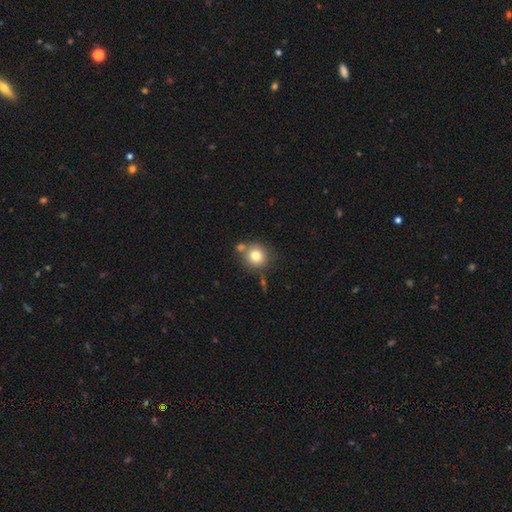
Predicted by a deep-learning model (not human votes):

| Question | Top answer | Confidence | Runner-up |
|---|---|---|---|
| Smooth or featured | smooth | 78% | featured or disk (11%) |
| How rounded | round | 88% | in between (11%) |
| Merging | none | 67% | merger (19%) |